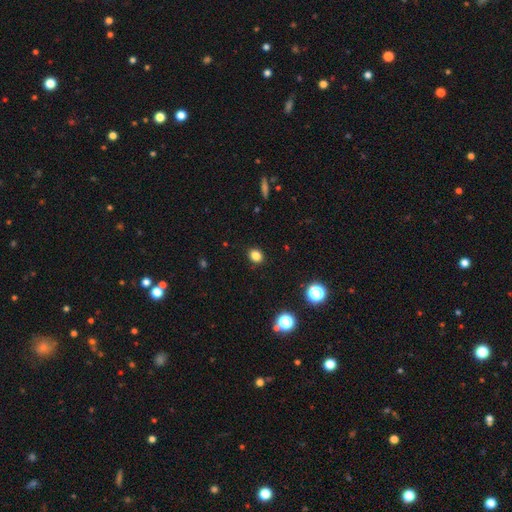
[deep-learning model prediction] This is clearly a smooth galaxy (83%). How rounded: possibly round (57%). Merging: clearly none (90%).